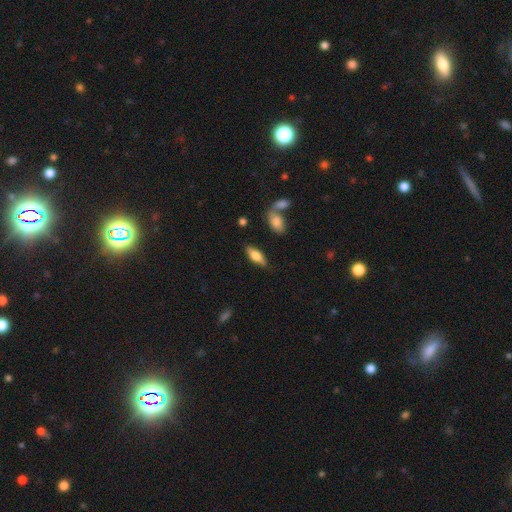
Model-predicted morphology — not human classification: smooth 63%, featured or disk 30%, star or artifact 7%. Down the decision tree: how rounded — in between (71%); merging — none (77%).